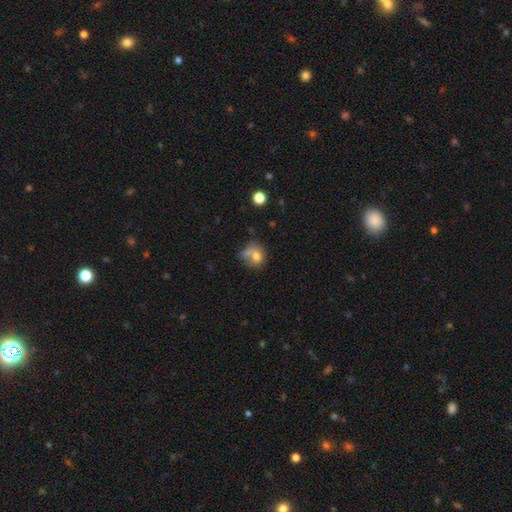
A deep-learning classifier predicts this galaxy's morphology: Q: Smooth or featured?
A: smooth (71%); runner-up: featured or disk (17%)
Q: How rounded?
A: round (66%); runner-up: in between (33%)
Q: Merging?
A: none (34%); tied with: merger (34%)